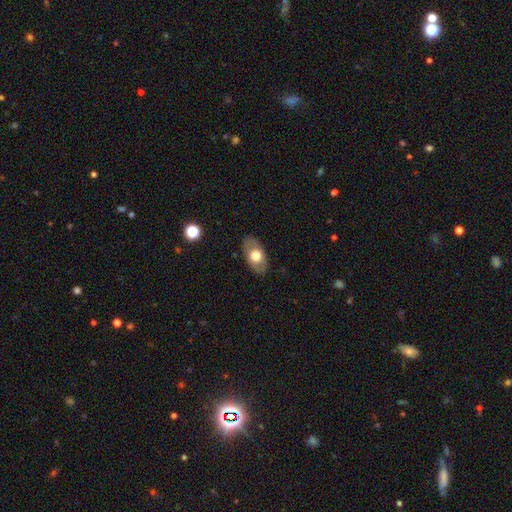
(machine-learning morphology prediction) smooth_or_featured: smooth (p=0.58) [alt: featured or disk p=0.36]
how_rounded: in between (p=0.89) [alt: round p=0.09]
merging: none (p=0.84) [alt: minor disturbance p=0.12]